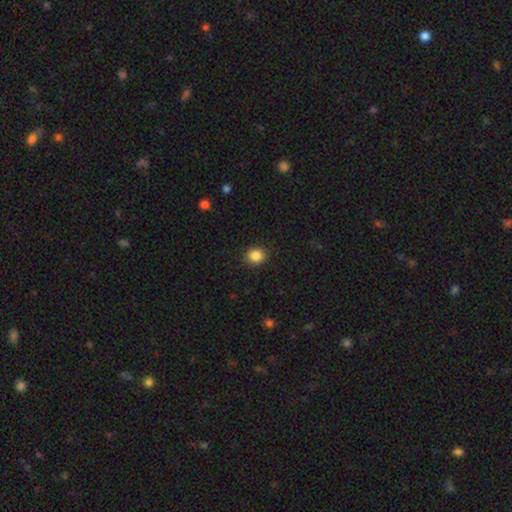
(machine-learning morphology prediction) Smooth or featured?
  - smooth: 86% *
  - star or artifact: 10%
  - featured or disk: 4%
How rounded?
  - round: 73% *
  - in between: 26%
  - cigar-shaped: 1%
Merging?
  - none: 90% *
  - minor disturbance: 7%
  - major disturbance: 2%
  - merger: 1%